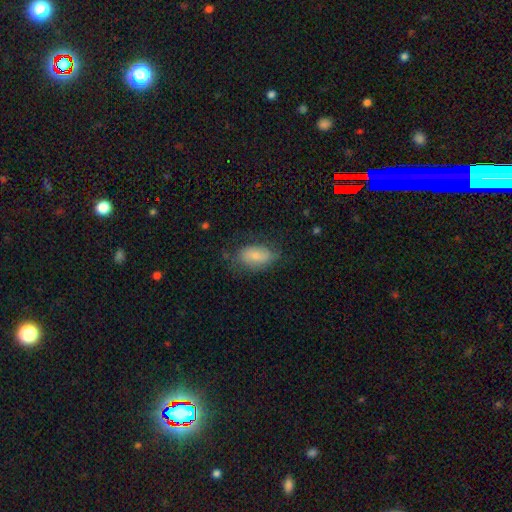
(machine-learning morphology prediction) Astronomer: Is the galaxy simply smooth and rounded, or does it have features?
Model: smooth — 70%.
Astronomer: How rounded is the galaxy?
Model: in between — 91%.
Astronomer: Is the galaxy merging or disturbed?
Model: none — 64%.